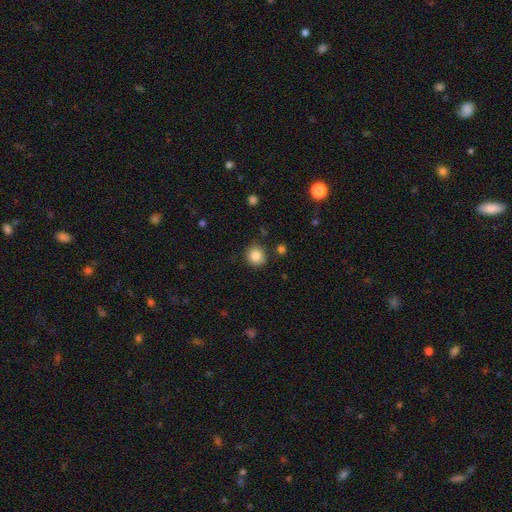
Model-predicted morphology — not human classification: Q: Smooth or featured?
A: smooth (84%); runner-up: star or artifact (10%)
Q: How rounded?
A: round (89%); runner-up: in between (10%)
Q: Merging?
A: none (86%); runner-up: minor disturbance (9%)